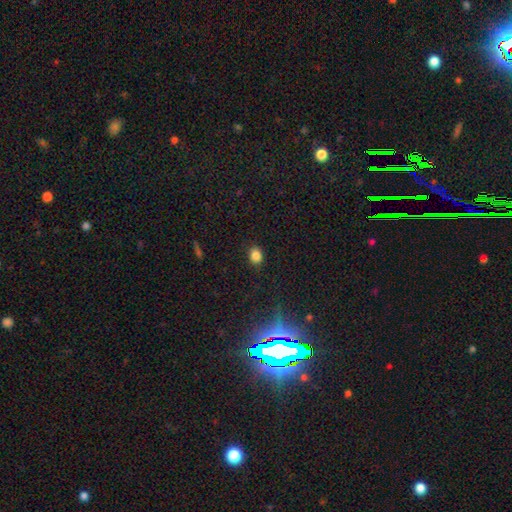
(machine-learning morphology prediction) Smooth or featured? Predicted: smooth (p=0.83). How rounded? Predicted: round (p=0.51). Merging? Predicted: none (p=0.87).